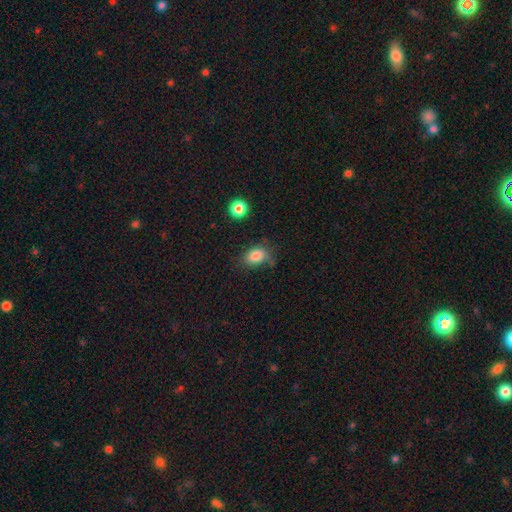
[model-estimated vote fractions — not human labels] Morphology: type=smooth (83%); roundness=in between (75%); merging=none (64%).